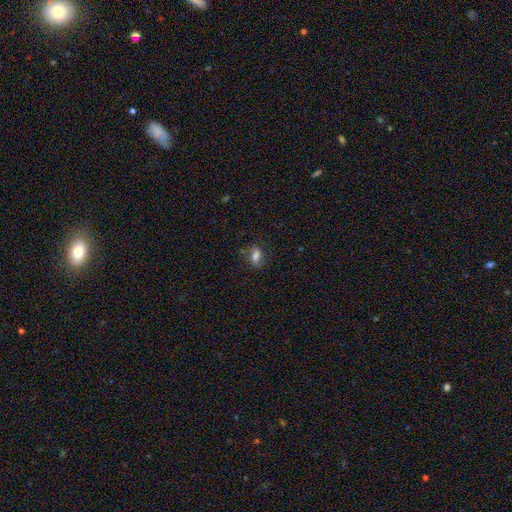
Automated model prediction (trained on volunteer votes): Smooth or featured?
  - smooth: 70% *
  - featured or disk: 19%
  - star or artifact: 11%
How rounded?
  - in between: 79% *
  - round: 18%
  - cigar-shaped: 3%
Merging?
  - none: 71% *
  - minor disturbance: 20%
  - major disturbance: 7%
  - merger: 3%